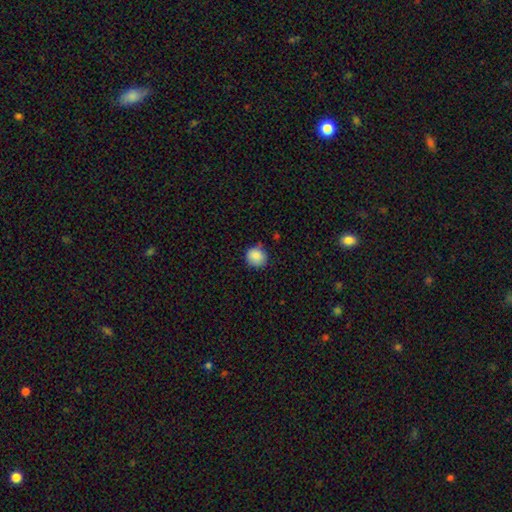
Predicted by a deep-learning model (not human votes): The model was most divided on "merging": none: 77%, minor disturbance: 18%, major disturbance: 3%, merger: 2%. More confident: smooth or featured — smooth (88%); how rounded — round (84%).